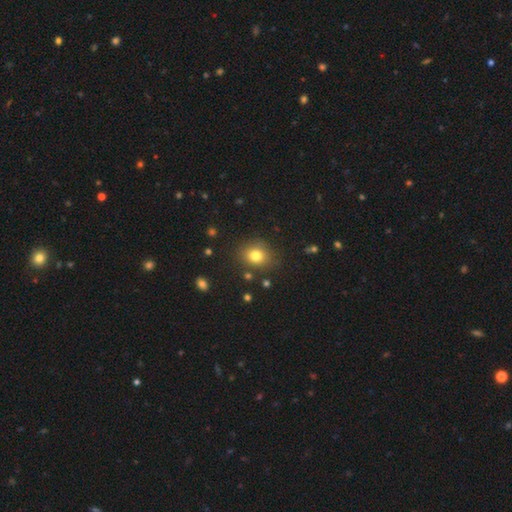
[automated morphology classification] Q: Smooth or featured?
A: smooth (79%); runner-up: star or artifact (13%)
Q: How rounded?
A: round (66%); runner-up: in between (33%)
Q: Merging?
A: none (84%); runner-up: minor disturbance (10%)